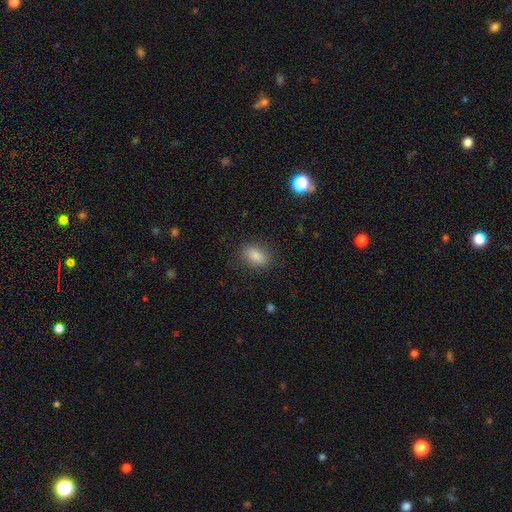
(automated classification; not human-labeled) A smooth galaxy with no disk features (84%) that is in between round and cigar-shaped (84%). Merging: none (85%).